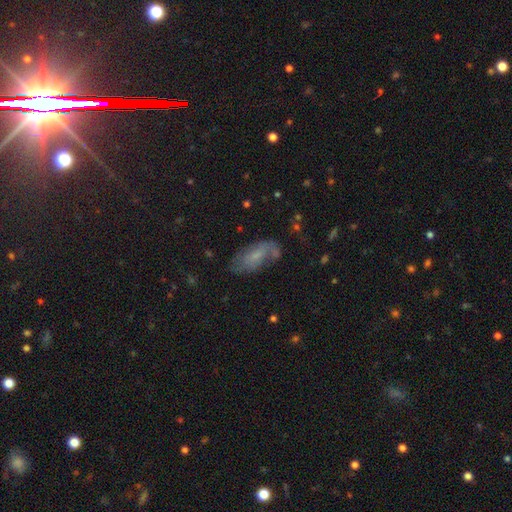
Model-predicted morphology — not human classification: Smooth or featured? smooth (47%)
Merging? none (56%)